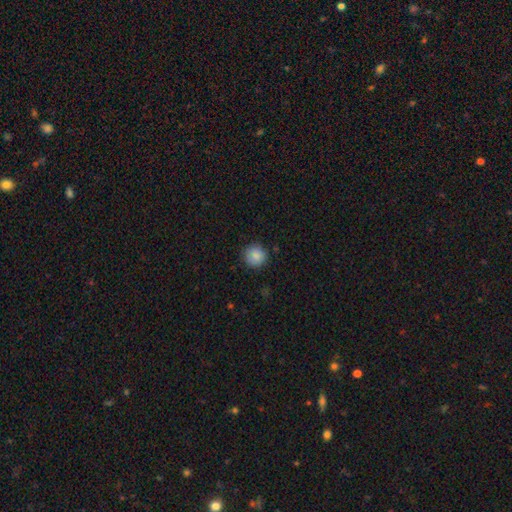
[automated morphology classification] This is clearly a smooth galaxy (86%). How rounded: clearly round (93%). Merging: clearly none (87%).